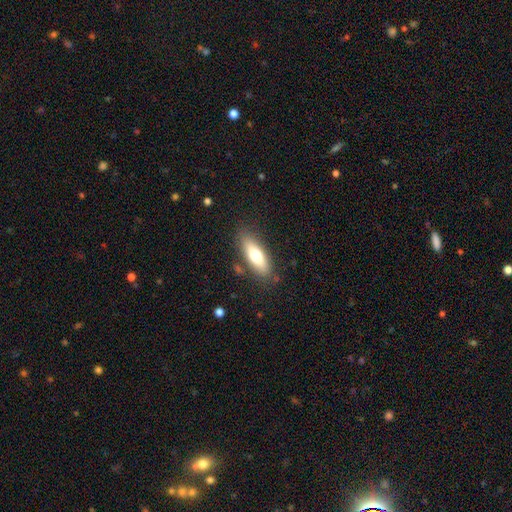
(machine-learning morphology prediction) Overall: smooth (65%; featured or disk 28%). How rounded: in between (57%; cigar-shaped 40%). Merging: none (82%).